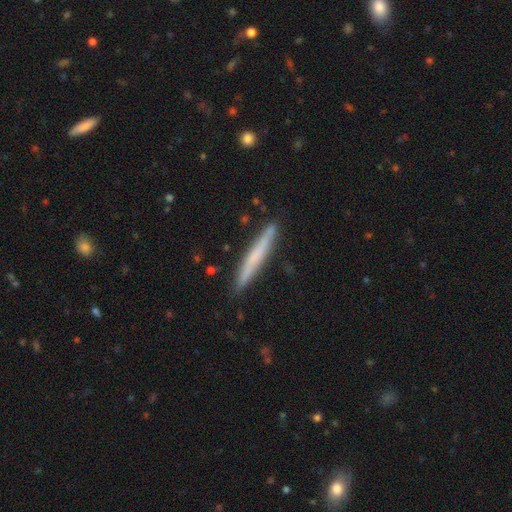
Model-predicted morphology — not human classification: smooth-or-featured: smooth: 58% | featured or disk: 36% | star or artifact: 6%
  how-rounded: cigar-shaped: 96% | in between: 2% | round: 1%
  merging: none: 88% | minor disturbance: 9% | merger: 1% | major disturbance: 1%